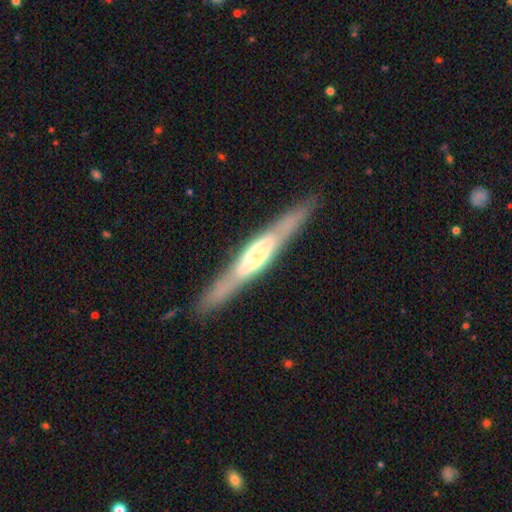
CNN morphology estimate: type=featured or disk (67%); edge-on=yes (94%); edge-on bulge=rounded (49%); merging=none (86%).